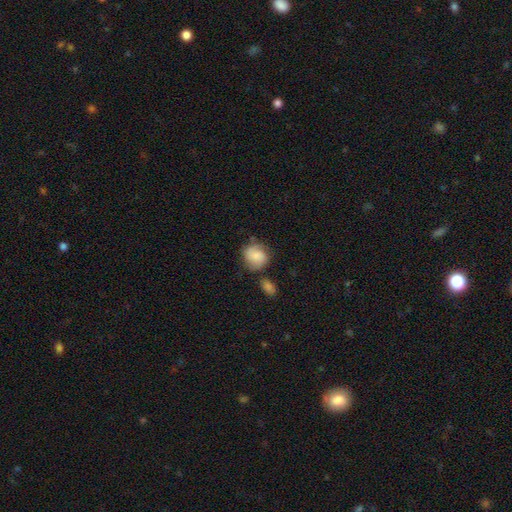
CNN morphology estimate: The model was most divided on "merging": none: 59%, minor disturbance: 23%, merger: 11%, major disturbance: 7%. More confident: smooth or featured — smooth (75%); how rounded — round (69%).